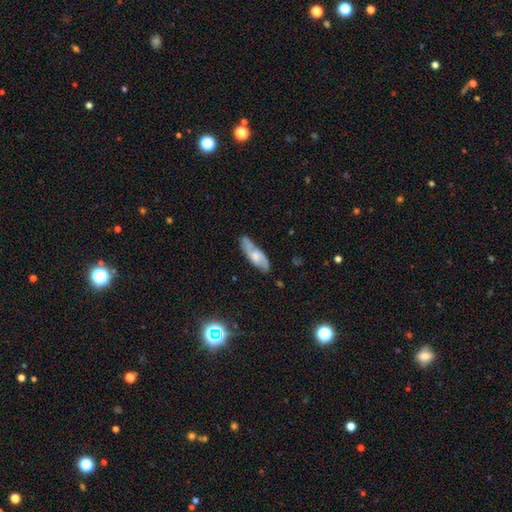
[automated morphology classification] A featured or disk galaxy (47%). Merging: none (68%).